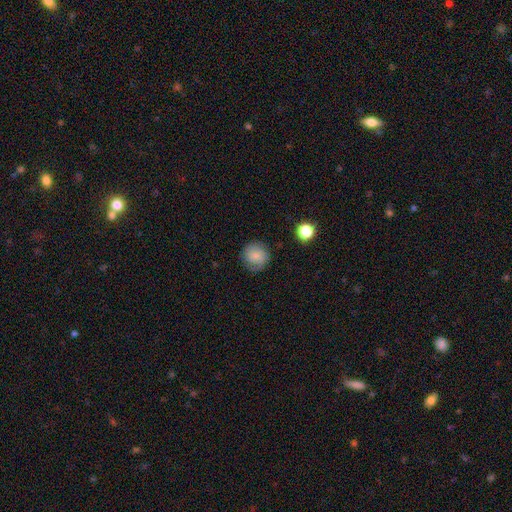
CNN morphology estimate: smooth_or_featured: smooth (p=0.74) [alt: featured or disk p=0.17]
how_rounded: round (p=0.90) [alt: in between p=0.09]
merging: none (p=0.76) [alt: minor disturbance p=0.17]